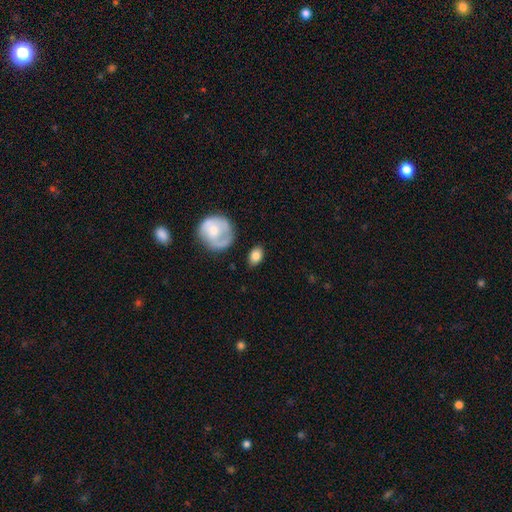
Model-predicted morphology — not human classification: Smooth or featured: smooth — 80% (featured or disk — 13%)
How rounded: in between — 78% (round — 20%)
Merging: none — 81% (minor disturbance — 13%)